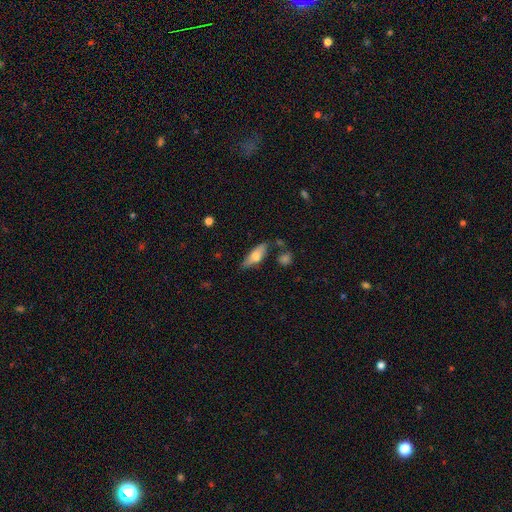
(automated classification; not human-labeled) smooth-or-featured: smooth: 66% | featured or disk: 27% | star or artifact: 7%
  how-rounded: in between: 61% | cigar-shaped: 36% | round: 3%
  merging: none: 66% | minor disturbance: 22% | merger: 6% | major disturbance: 5%